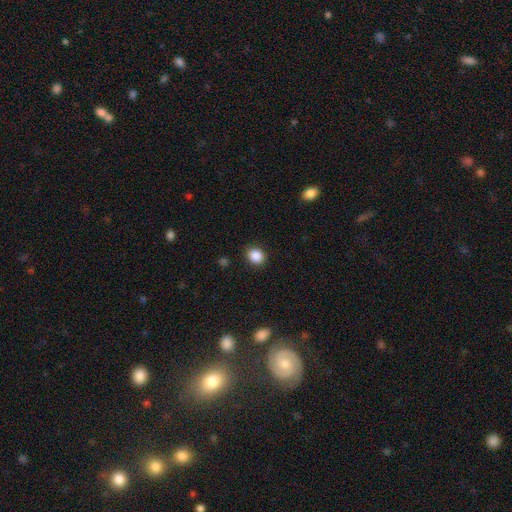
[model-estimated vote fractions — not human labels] A smooth galaxy with no disk features (87%) that is round (64%).

Vote fractions:
- Smooth or featured? smooth: 87% / star or artifact: 9% / featured or disk: 3%
- How rounded? round: 64% / in between: 35% / cigar-shaped: 1%
- Merging? none: 88% / minor disturbance: 8% / major disturbance: 2% / merger: 1%